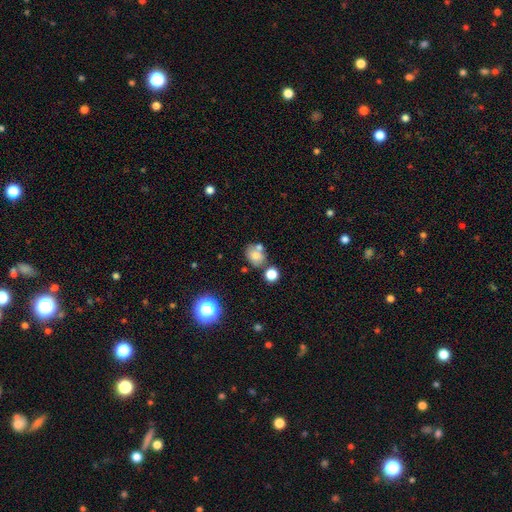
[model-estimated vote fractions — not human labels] Morphology: type=smooth (72%); roundness=in between (53%); merging=none (56%).